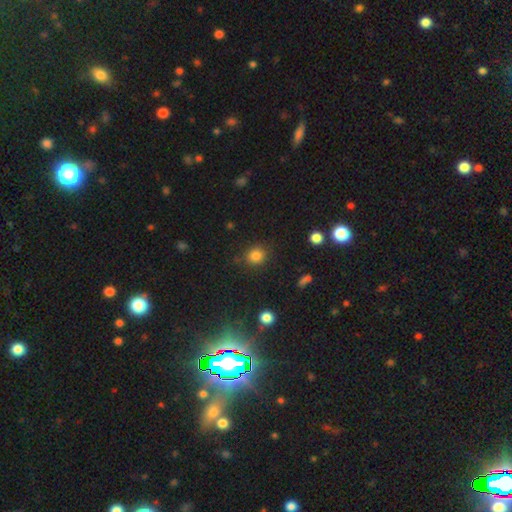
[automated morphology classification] type=smooth (82%); roundness=round (82%); merging=none (84%).